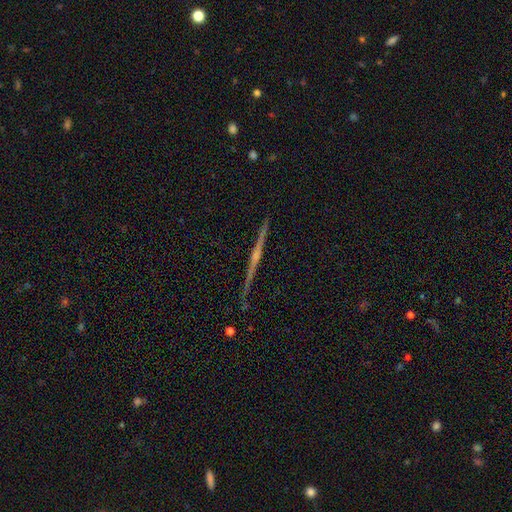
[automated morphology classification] type=featured or disk (81%); edge-on=yes (98%); edge-on bulge=rounded (66%); merging=none (90%).